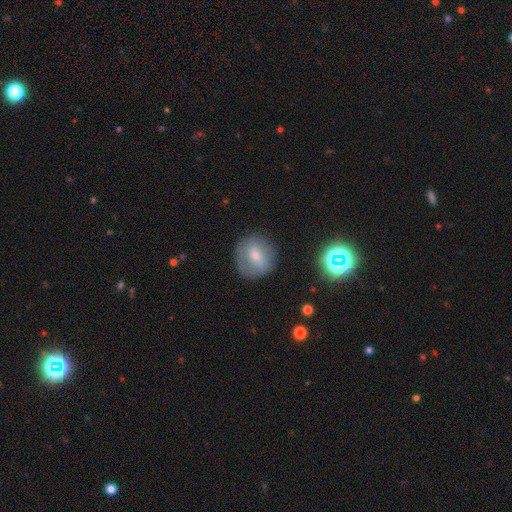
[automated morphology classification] Smooth or featured? smooth (62%)
How rounded? round (83%)
Merging? none (76%)